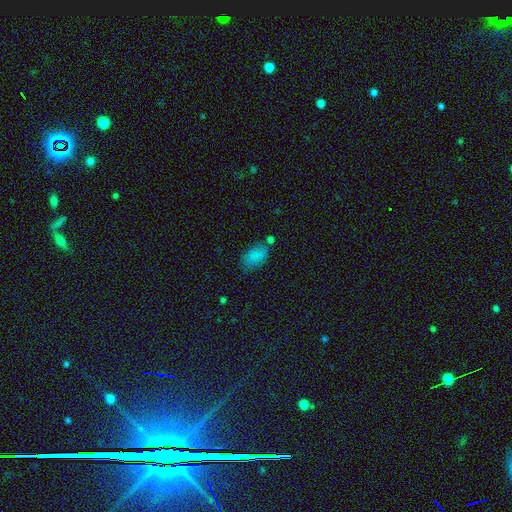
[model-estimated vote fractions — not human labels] smooth-or-featured: smooth: 83% | star or artifact: 11% | featured or disk: 7%
  how-rounded: in between: 92% | round: 6% | cigar-shaped: 2%
  merging: none: 64% | minor disturbance: 22% | merger: 9% | major disturbance: 6%